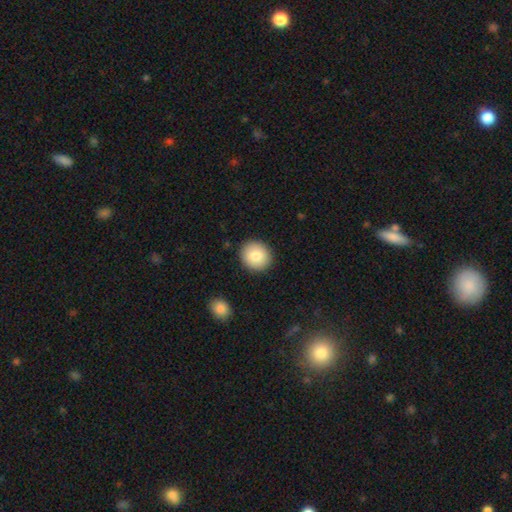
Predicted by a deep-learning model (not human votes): Q: Smooth or featured?
A: smooth (85%); runner-up: featured or disk (8%)
Q: How rounded?
A: round (88%); runner-up: in between (11%)
Q: Merging?
A: none (90%); runner-up: minor disturbance (7%)